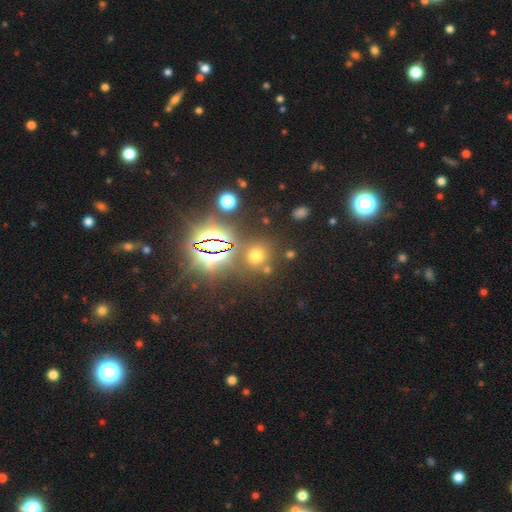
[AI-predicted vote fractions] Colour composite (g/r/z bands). It shows a smooth galaxy with no disk features (52%) that is round (85%). Merging: none (77%).